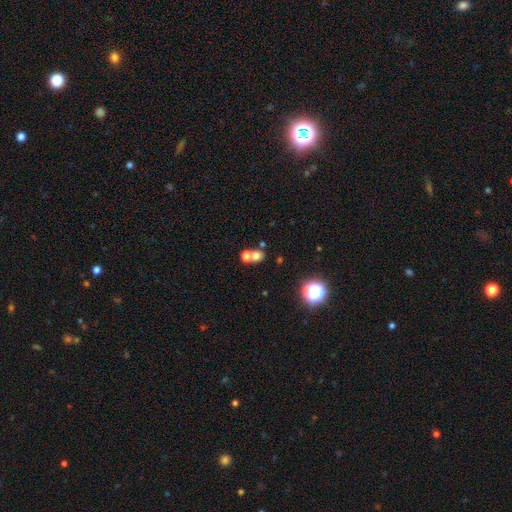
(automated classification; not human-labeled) smooth-or-featured: smooth: 68% | star or artifact: 19% | featured or disk: 13%
  how-rounded: round: 70% | in between: 29% | cigar-shaped: 1%
  merging: merger: 50% | none: 40% | minor disturbance: 6% | major disturbance: 4%